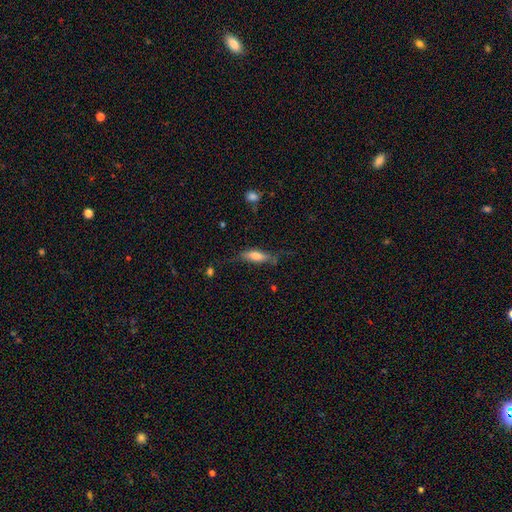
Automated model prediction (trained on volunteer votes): Q: Smooth or featured?
A: smooth (65%); runner-up: featured or disk (28%)
Q: How rounded?
A: in between (49%); tied with: cigar-shaped (49%)
Q: Merging?
A: none (56%); runner-up: minor disturbance (27%)